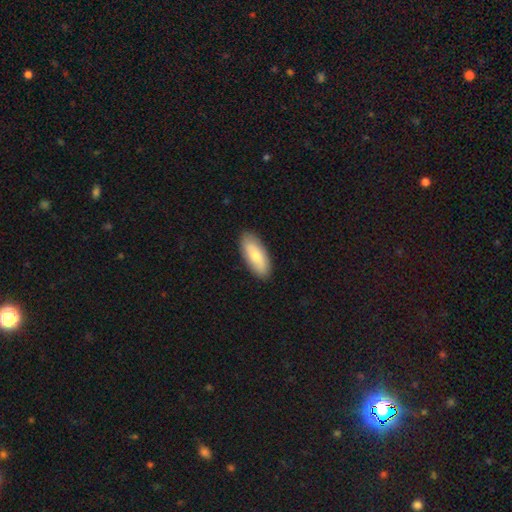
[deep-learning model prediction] A smooth galaxy with no disk features (73%) that is in between round and cigar-shaped (83%). Merging: none (88%).